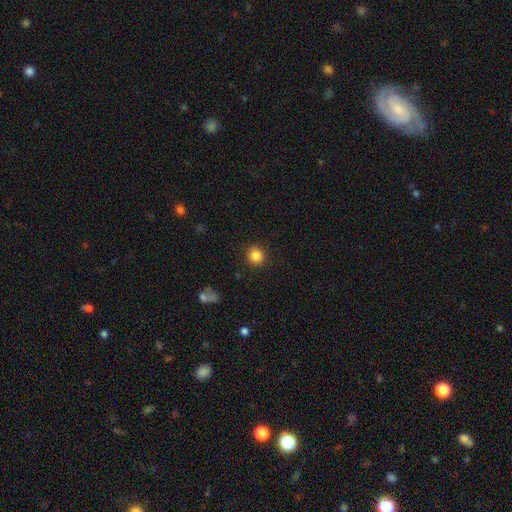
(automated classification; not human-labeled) Smooth or featured? smooth (85%)
How rounded? round (92%)
Merging? none (90%)